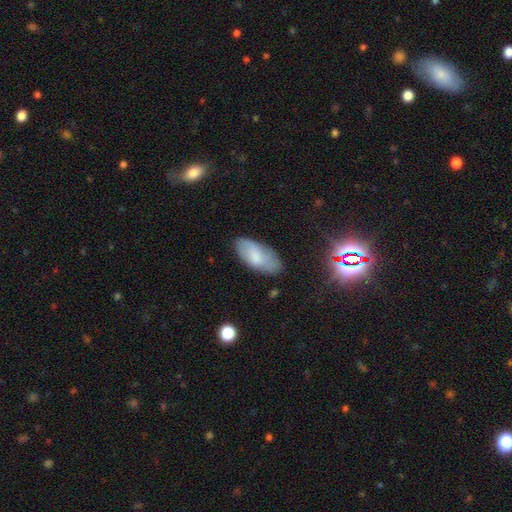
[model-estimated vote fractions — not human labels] This is likely a smooth galaxy (71%). How rounded: clearly in between (92%). Merging: likely none (72%).